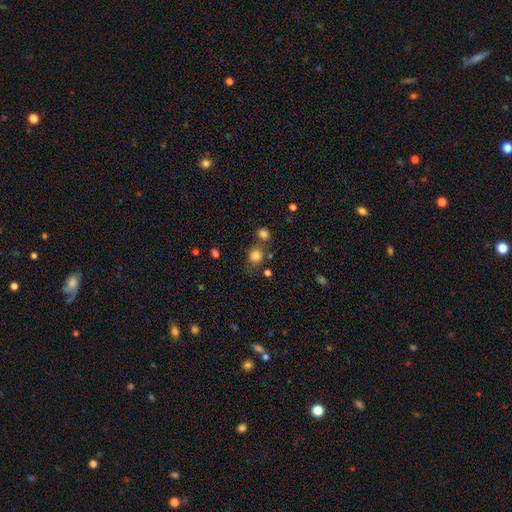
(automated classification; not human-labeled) Smooth or featured? smooth (80%)
How rounded? round (71%)
Merging? none (58%)